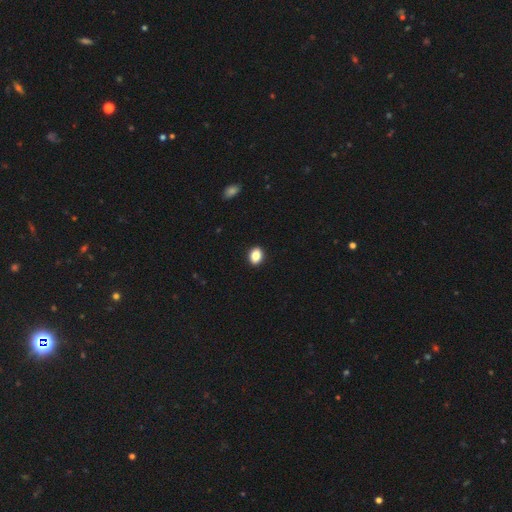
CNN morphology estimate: Smooth or featured: smooth — 87% (star or artifact — 9%)
How rounded: in between — 67% (round — 32%)
Merging: none — 91% (minor disturbance — 6%)